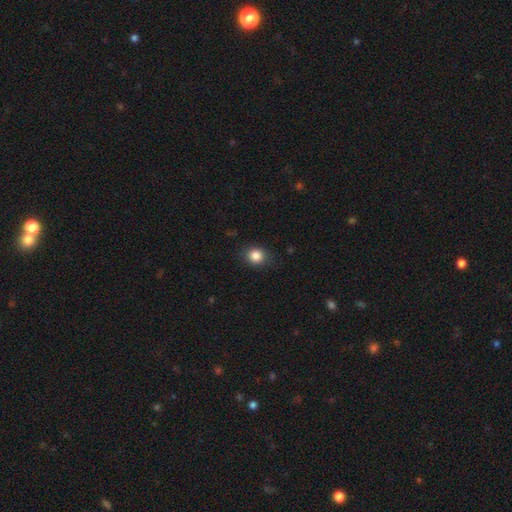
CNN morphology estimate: type=smooth (84%); roundness=round (73%); merging=none (85%).